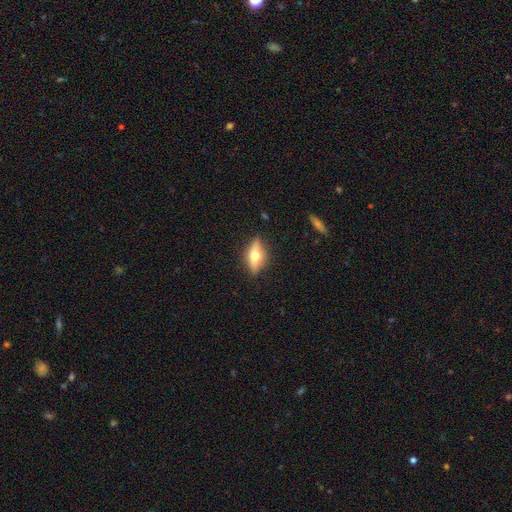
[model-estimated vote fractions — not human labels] Overall: featured or disk (54%; smooth 39%). Edge-on disk: yes (87%). Merging: none (84%).